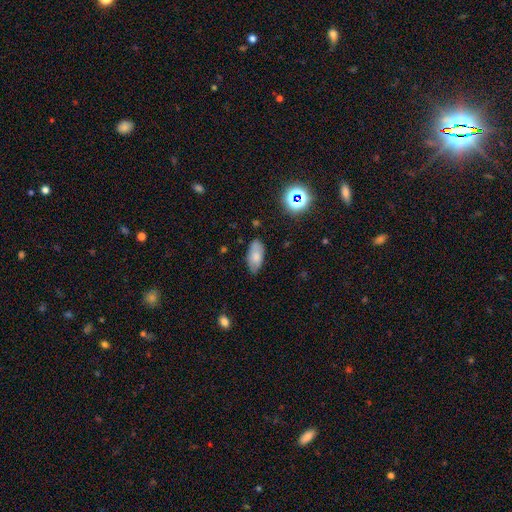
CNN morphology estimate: This is likely a smooth galaxy (76%). How rounded: clearly in between (92%). Merging: likely none (77%).